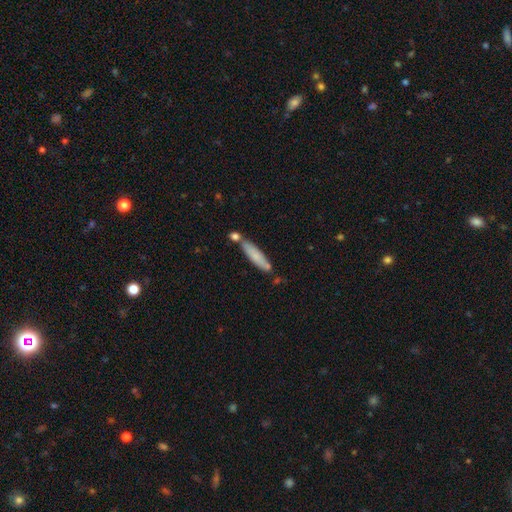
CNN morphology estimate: smooth 74%, featured or disk 20%, star or artifact 7%. Down the decision tree: how rounded — cigar-shaped (83%); merging — none (67%).